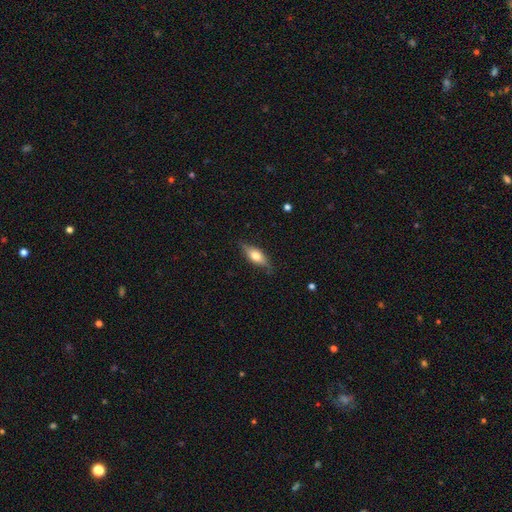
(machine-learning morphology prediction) Q: Smooth or featured?
A: smooth (49%); runner-up: featured or disk (44%)
Q: Merging?
A: none (81%); runner-up: minor disturbance (15%)